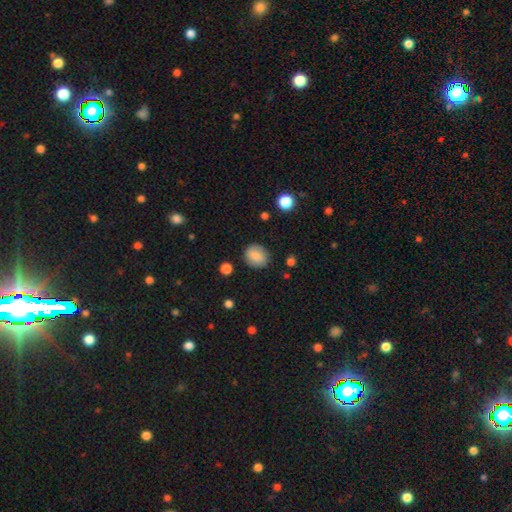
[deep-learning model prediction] Smooth or featured?
  - smooth: 78% *
  - featured or disk: 13%
  - star or artifact: 8%
How rounded?
  - round: 64% *
  - in between: 35%
  - cigar-shaped: 1%
Merging?
  - none: 82% *
  - minor disturbance: 13%
  - major disturbance: 4%
  - merger: 2%